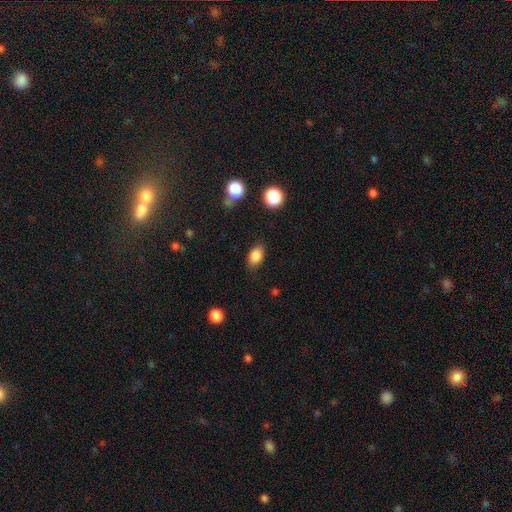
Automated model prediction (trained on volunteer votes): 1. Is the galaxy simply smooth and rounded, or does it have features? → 86% smooth, 9% star or artifact, 5% featured or disk.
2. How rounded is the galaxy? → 84% in between, 14% round, 2% cigar-shaped.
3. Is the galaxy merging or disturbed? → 83% none, 12% minor disturbance, 4% major disturbance, 1% merger.